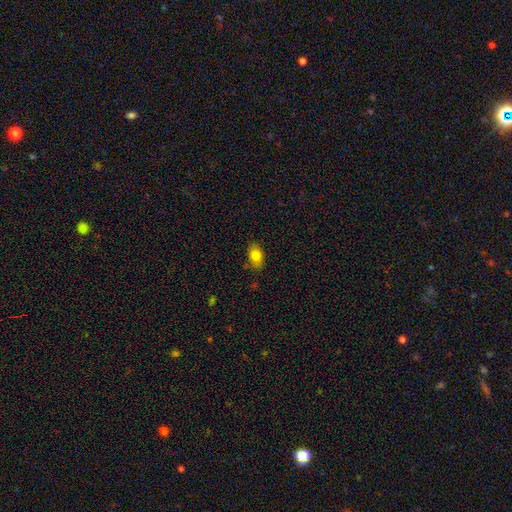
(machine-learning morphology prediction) smooth-or-featured: smooth: 81% | featured or disk: 10% | star or artifact: 9%
  how-rounded: in between: 86% | round: 12% | cigar-shaped: 2%
  merging: none: 82% | minor disturbance: 14% | major disturbance: 3% | merger: 2%